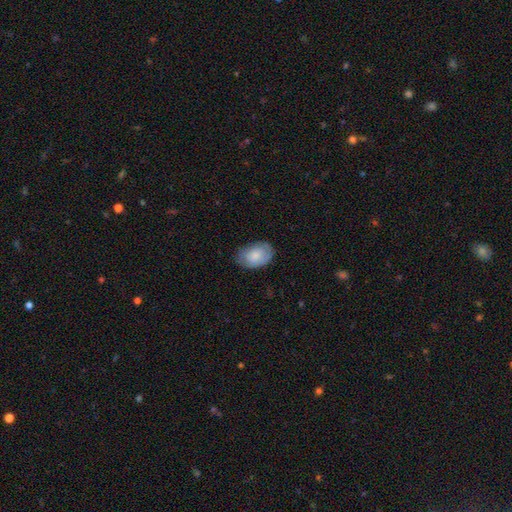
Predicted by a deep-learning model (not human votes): A smooth galaxy with no disk features (75%) that is in between round and cigar-shaped (86%). Merging: none (72%).